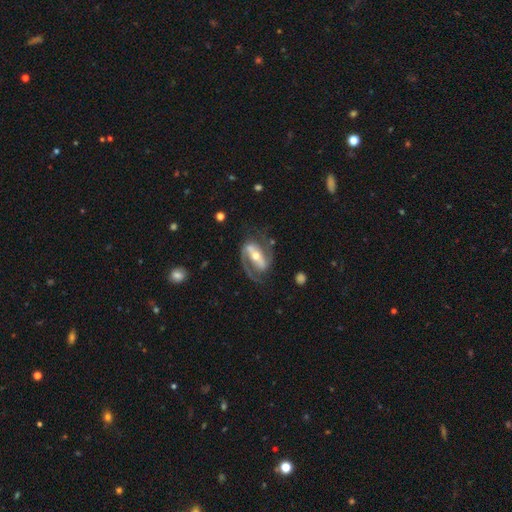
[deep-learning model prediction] Smooth or featured? Predicted: featured or disk (p=0.89). Edge-on disk? Predicted: no (p=0.95). Bar? Predicted: strong (p=0.67). Spiral arms? Predicted: yes (p=0.94). Spiral winding? Predicted: medium (p=0.52). Spiral arm count? Predicted: 2 (p=0.87). Bulge size? Predicted: moderate (p=0.60). Merging? Predicted: none (p=0.70).